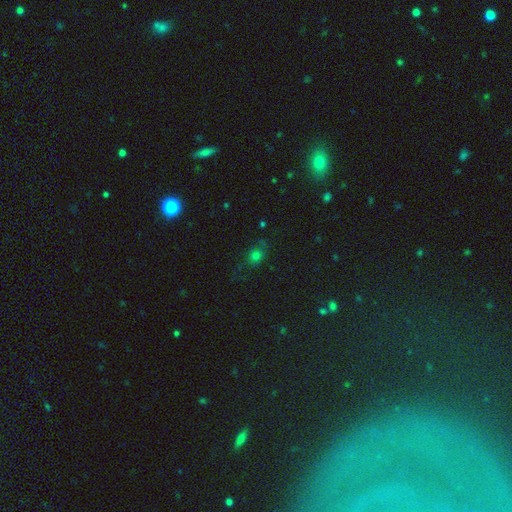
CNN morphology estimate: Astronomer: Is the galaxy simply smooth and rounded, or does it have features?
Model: smooth — 62%.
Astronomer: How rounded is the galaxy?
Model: round — 56% (runner-up: in between, 41%).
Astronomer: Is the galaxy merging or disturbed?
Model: none — 61%.